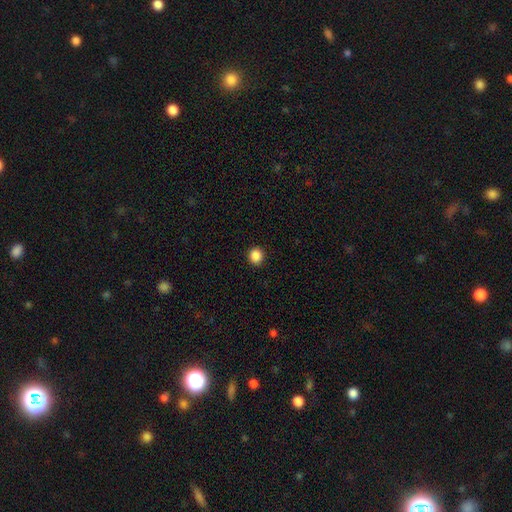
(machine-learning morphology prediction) Overall: smooth (87%). How rounded: round (90%). Merging: none (93%).